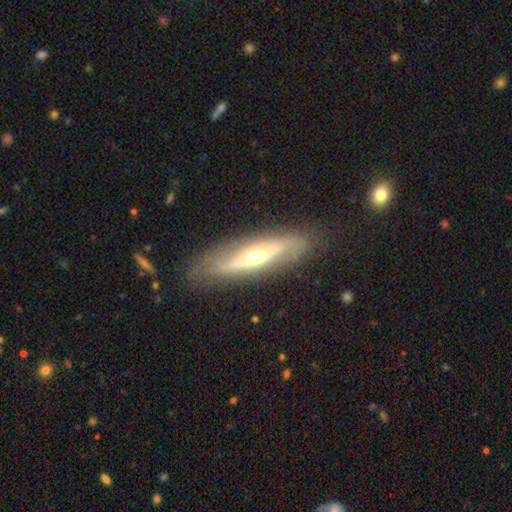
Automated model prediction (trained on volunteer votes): featured or disk 65%, smooth 29%, star or artifact 6%. Down the decision tree: edge-on disk — no (53%); merging — none (81%).